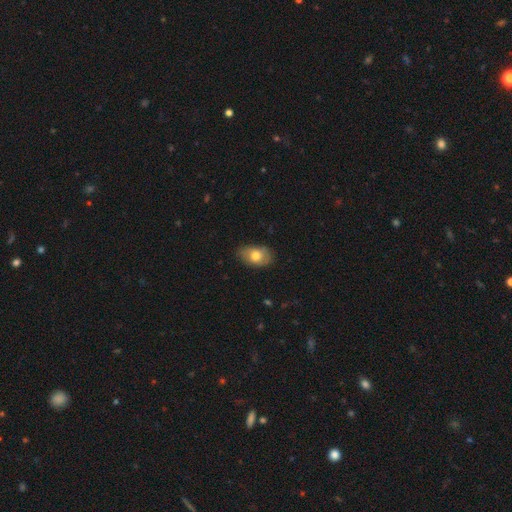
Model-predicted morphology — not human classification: A smooth galaxy with no disk features (72%) that is in between round and cigar-shaped (88%).

Vote fractions:
- Smooth or featured? smooth: 72% / featured or disk: 21% / star or artifact: 7%
- How rounded? in between: 88% / round: 11% / cigar-shaped: 1%
- Merging? none: 74% / minor disturbance: 21% / major disturbance: 4% / merger: 1%